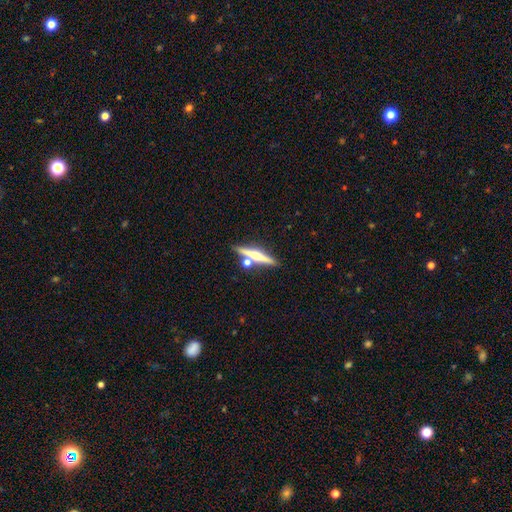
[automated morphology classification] Overall: featured or disk (63%; smooth 30%). Edge-on disk: yes (96%). Edge-on bulge: rounded (88%). Merging: none (73%).